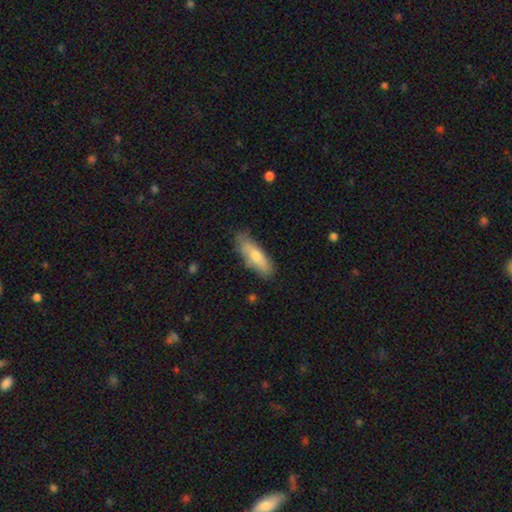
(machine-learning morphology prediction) The model was most divided on "how rounded": in between: 50%, cigar-shaped: 48%, round: 2%. More confident: merging — none (72%); smooth or featured — smooth (66%).